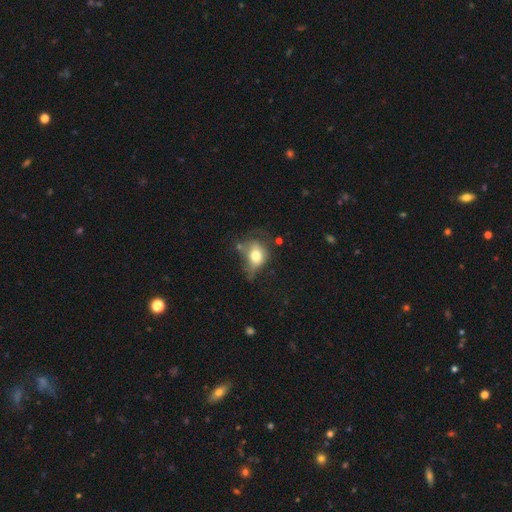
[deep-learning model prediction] smooth_or_featured: smooth (p=0.68) [alt: featured or disk p=0.22]
how_rounded: in between (p=0.60) [alt: round p=0.38]
merging: minor disturbance (p=0.32) [alt: major disturbance p=0.31]